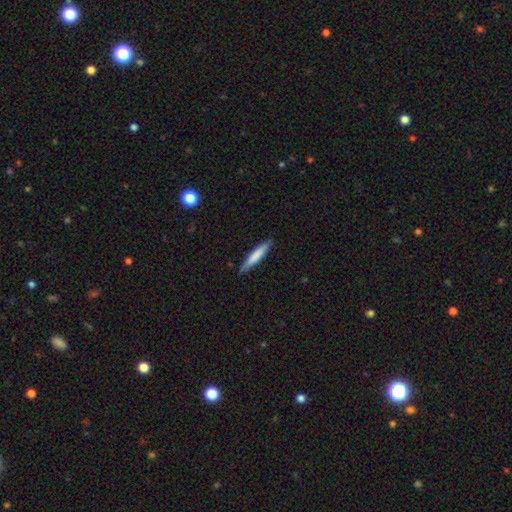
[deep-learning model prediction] smooth_or_featured: smooth (p=0.72) [alt: featured or disk p=0.23]
how_rounded: cigar-shaped (p=0.91) [alt: in between p=0.08]
merging: none (p=0.85) [alt: minor disturbance p=0.12]